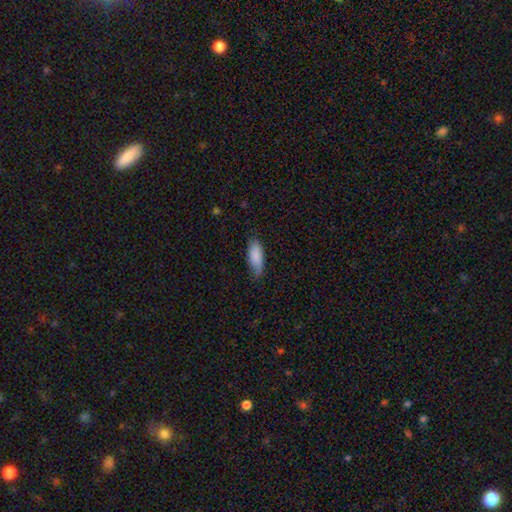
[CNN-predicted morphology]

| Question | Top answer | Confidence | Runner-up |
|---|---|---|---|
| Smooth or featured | smooth | 85% | featured or disk (9%) |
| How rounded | in between | 78% | cigar-shaped (20%) |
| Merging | none | 66% | minor disturbance (28%) |